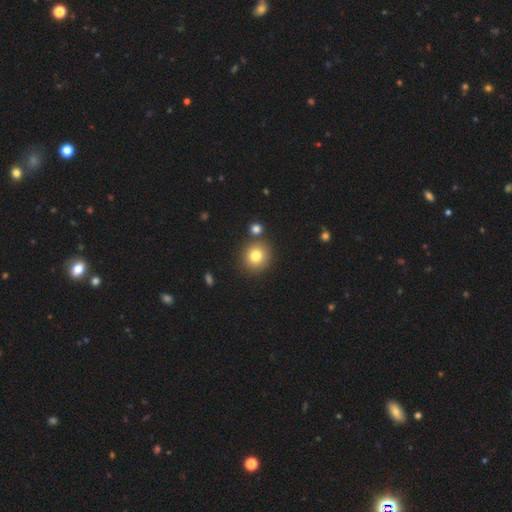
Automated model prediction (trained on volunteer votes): A smooth galaxy with no disk features (81%) that is round (89%).

Vote fractions:
- Smooth or featured? smooth: 81% / star or artifact: 11% / featured or disk: 8%
- How rounded? round: 89% / in between: 10% / cigar-shaped: 1%
- Merging? none: 80% / merger: 11% / minor disturbance: 7% / major disturbance: 2%